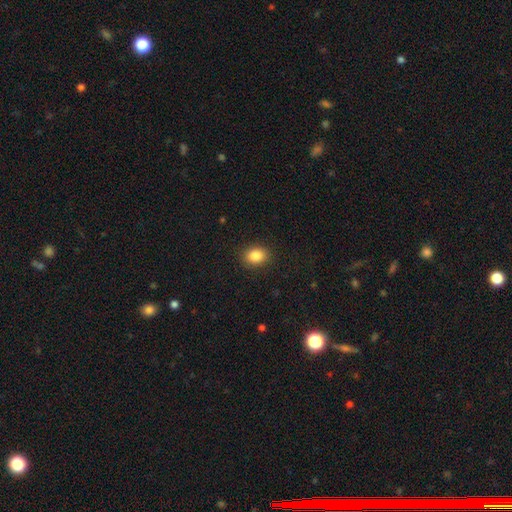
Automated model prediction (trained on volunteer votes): smooth-or-featured: smooth: 86% | star or artifact: 9% | featured or disk: 5%
  how-rounded: in between: 58% | round: 41% | cigar-shaped: 1%
  merging: none: 89% | minor disturbance: 8% | major disturbance: 2% | merger: 1%